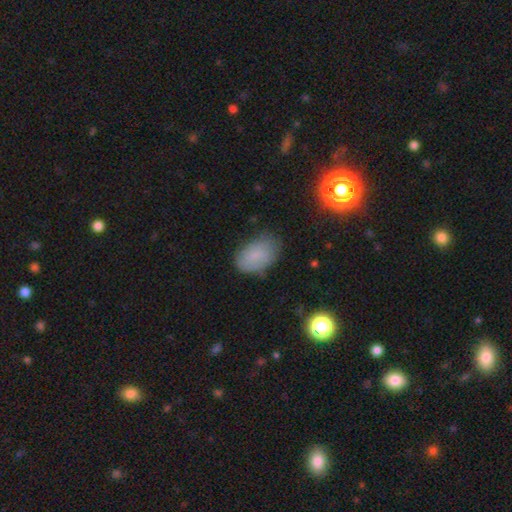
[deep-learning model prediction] The model was most divided on "merging": none: 73%, minor disturbance: 20%, major disturbance: 5%, merger: 1%. More confident: how rounded — in between (90%); smooth or featured — smooth (78%).